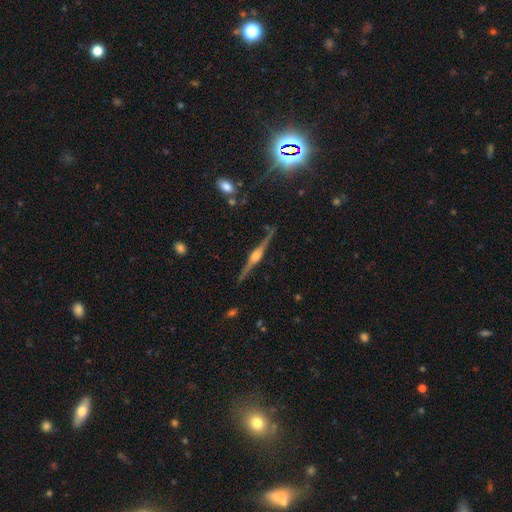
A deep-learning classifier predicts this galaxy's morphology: The model was most divided on "merging": none: 86%, minor disturbance: 10%, major disturbance: 2%, merger: 2%. More confident: edge-on disk — yes (98%); edge-on bulge — rounded (89%); smooth or featured — featured or disk (88%).